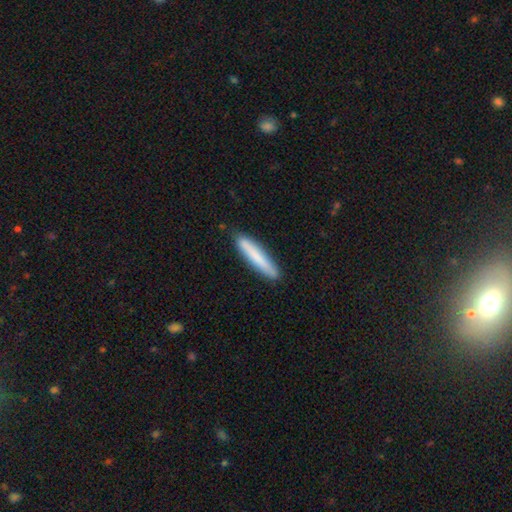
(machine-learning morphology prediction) A smooth galaxy with no disk features (78%) that is cigar-shaped (93%). Merging: none (88%).